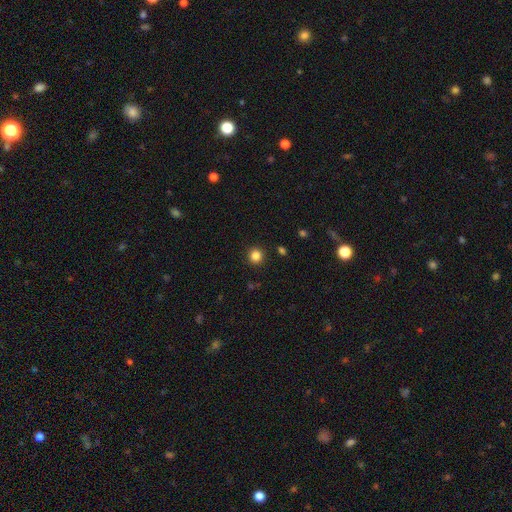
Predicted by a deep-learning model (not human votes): A smooth galaxy with no disk features (84%) that is round (94%).

Vote fractions:
- Smooth or featured? smooth: 84% / star or artifact: 12% / featured or disk: 4%
- How rounded? round: 94% / in between: 6% / cigar-shaped: 1%
- Merging? none: 92% / minor disturbance: 5% / major disturbance: 2% / merger: 1%